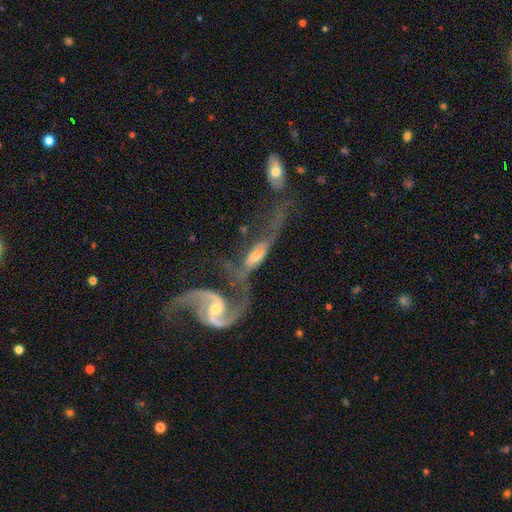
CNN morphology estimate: Smooth or featured? featured or disk (74%)
Edge-on disk? no (78%)
Bar? no (44%)
Spiral arms? yes (79%)
Bulge size? moderate (43%)
Merging? merger (55%)